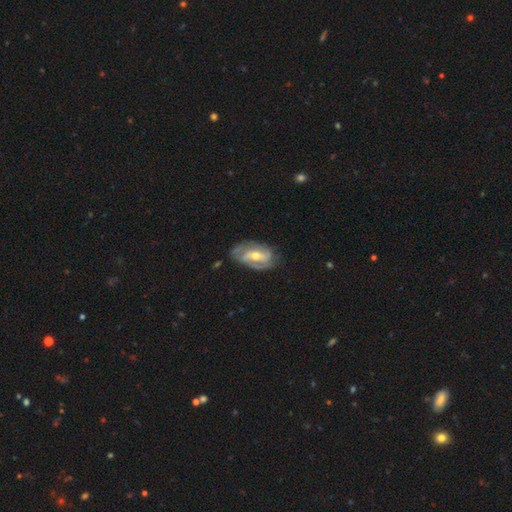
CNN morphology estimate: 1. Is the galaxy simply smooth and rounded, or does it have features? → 83% featured or disk, 12% smooth, 5% star or artifact.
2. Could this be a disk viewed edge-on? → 95% no, 5% yes.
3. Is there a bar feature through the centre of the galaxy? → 39% weak, 34% strong, 27% no.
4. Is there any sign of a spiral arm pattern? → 91% yes, 9% no.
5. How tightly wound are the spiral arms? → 43% medium, 36% tight, 21% loose.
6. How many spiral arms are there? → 67% 2, 13% can't tell, 11% 3, 4% 1, 2% 4, 2% more than 4.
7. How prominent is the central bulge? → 58% moderate, 38% small, 2% large, 1% none, 1% dominant.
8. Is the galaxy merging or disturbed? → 68% none, 22% minor disturbance, 8% major disturbance, 2% merger.